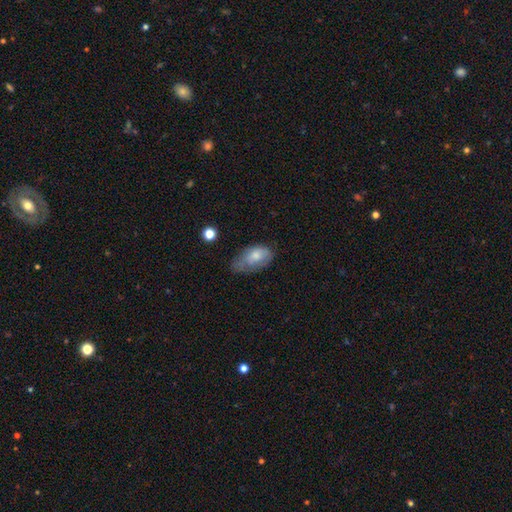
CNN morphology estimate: smooth 71%, featured or disk 22%, star or artifact 7%. Down the decision tree: how rounded — in between (92%); merging — minor disturbance (40%).